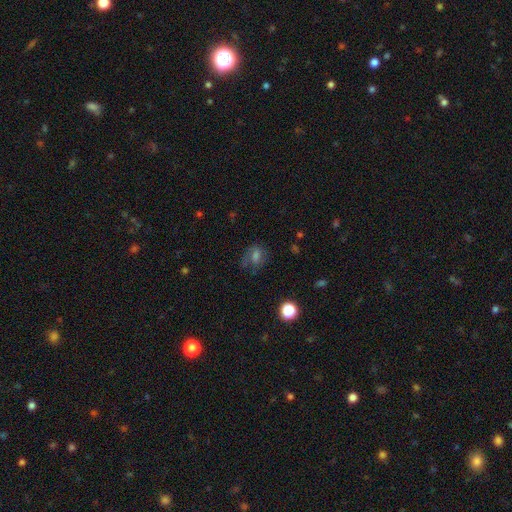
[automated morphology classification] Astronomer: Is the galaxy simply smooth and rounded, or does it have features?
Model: smooth — 46% (runner-up: featured or disk, 30%).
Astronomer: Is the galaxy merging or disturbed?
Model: none — 60%.